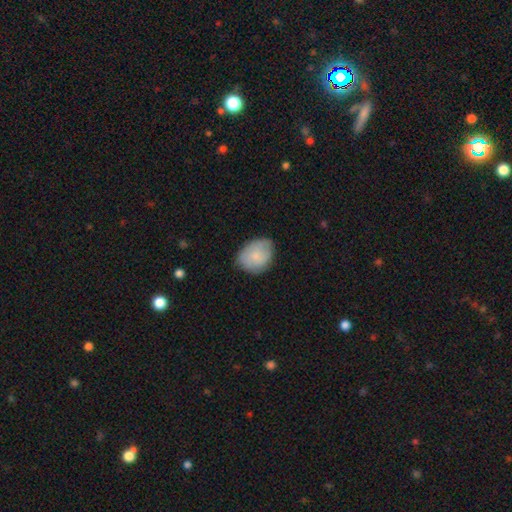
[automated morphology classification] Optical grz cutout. It shows a smooth galaxy with no disk features (78%) that is in between round and cigar-shaped (56%). Merging: none (70%).